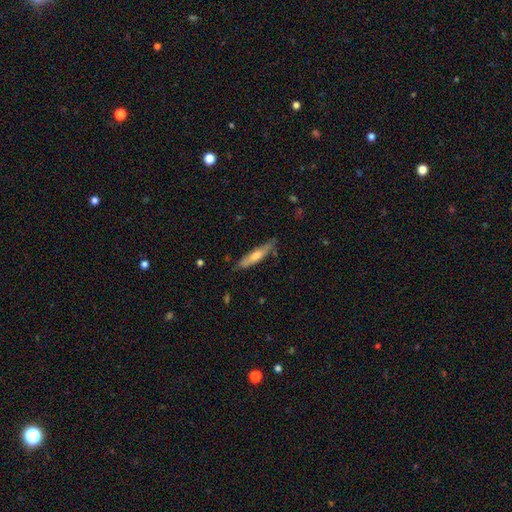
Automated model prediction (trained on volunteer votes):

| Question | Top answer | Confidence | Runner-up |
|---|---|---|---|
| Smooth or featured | smooth | 50% | featured or disk (44%) |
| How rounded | cigar-shaped | 87% | in between (11%) |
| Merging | none | 77% | minor disturbance (18%) |